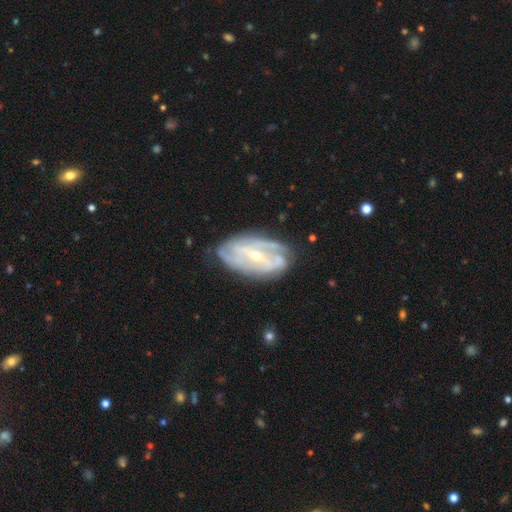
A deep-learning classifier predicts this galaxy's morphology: Smooth or featured? featured or disk (84%)
Edge-on disk? no (94%)
Bar? strong (48%)
Spiral arms? yes (87%)
Spiral winding? tight (50%)
Spiral arm count? 2 (43%)
Bulge size? small (64%)
Merging? none (71%)